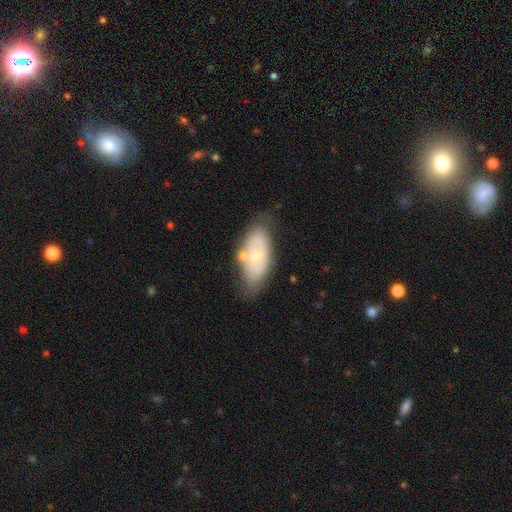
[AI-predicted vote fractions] A featured or disk galaxy (51%). Merging: none (57%).